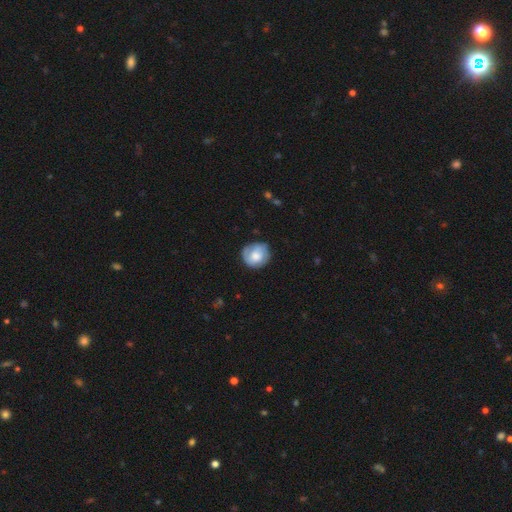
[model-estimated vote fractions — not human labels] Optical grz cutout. It shows a smooth galaxy with no disk features (59%) that is round (86%). Merging: none (73%).